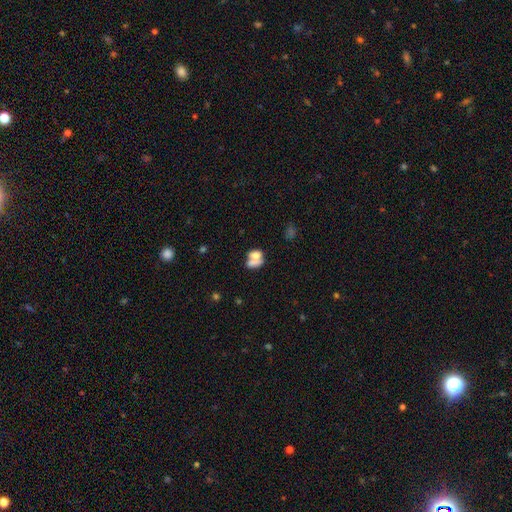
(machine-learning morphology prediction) A smooth galaxy with no disk features (63%) that is in between round and cigar-shaped (59%). Merging: merger (58%).